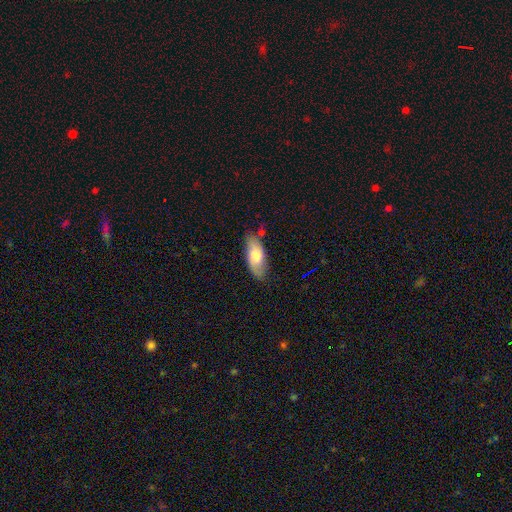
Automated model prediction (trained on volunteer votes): The model was most divided on "smooth or featured": smooth: 70%, featured or disk: 24%, star or artifact: 6%. More confident: how rounded — in between (80%); merging — none (72%).